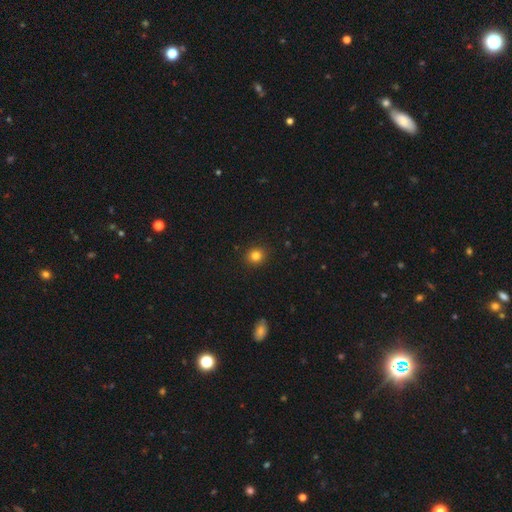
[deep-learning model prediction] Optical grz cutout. It shows a smooth galaxy with no disk features (82%) that is round (86%). Merging: none (91%).